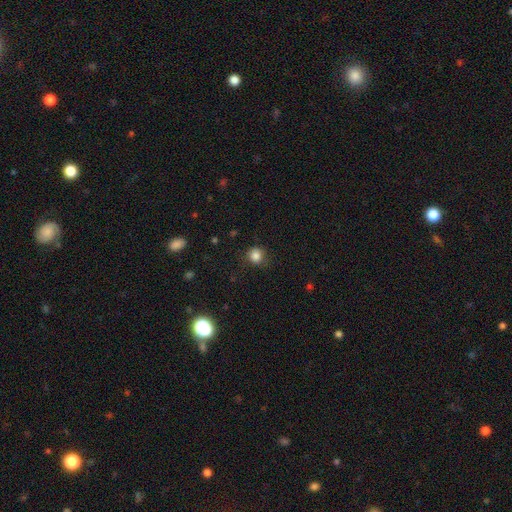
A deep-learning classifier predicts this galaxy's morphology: smooth-or-featured: smooth: 84% | star or artifact: 12% | featured or disk: 4%
  how-rounded: round: 88% | in between: 11% | cigar-shaped: 1%
  merging: none: 80% | minor disturbance: 14% | major disturbance: 4% | merger: 1%